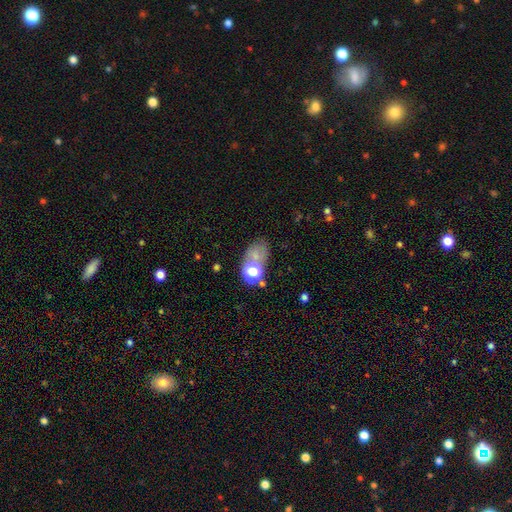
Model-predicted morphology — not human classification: This is possibly a smooth galaxy (59%). How rounded: possibly in between (57%). Merging: marginally none (43%).